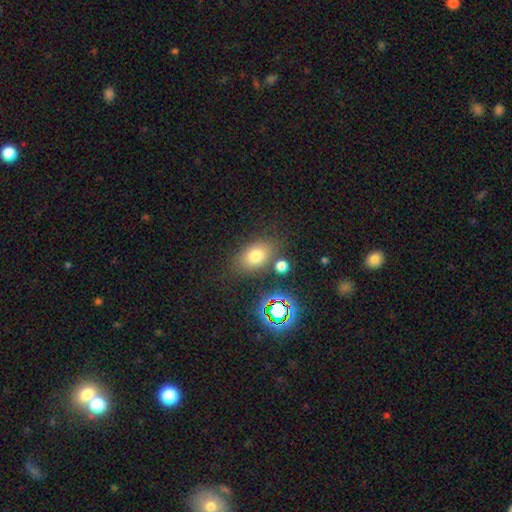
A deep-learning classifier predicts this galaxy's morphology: This is likely a smooth galaxy (71%). How rounded: likely in between (77%). Merging: likely none (74%).